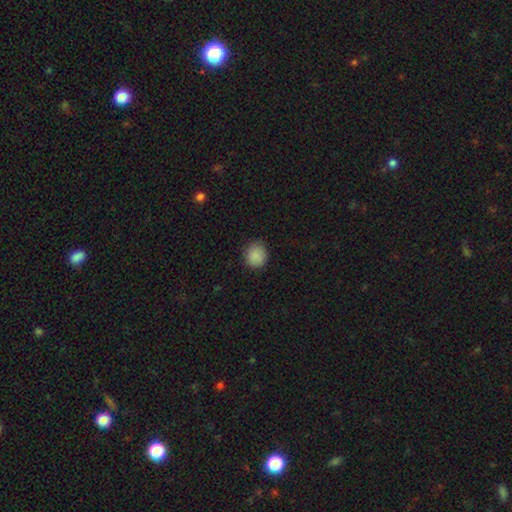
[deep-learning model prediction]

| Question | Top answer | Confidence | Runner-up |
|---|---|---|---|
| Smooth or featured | smooth | 87% | star or artifact (8%) |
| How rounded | round | 86% | in between (13%) |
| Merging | none | 85% | minor disturbance (12%) |